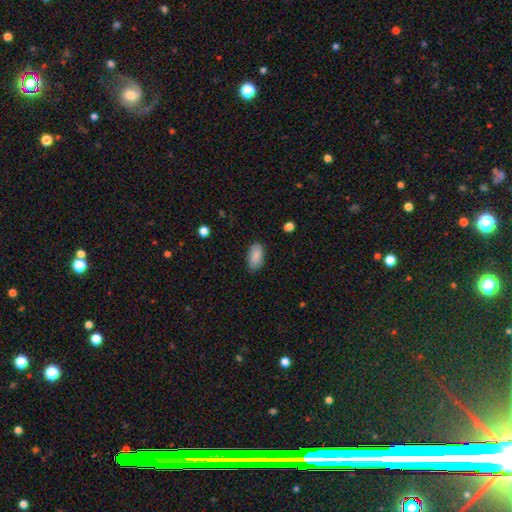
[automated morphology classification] This is clearly a smooth galaxy (88%). How rounded: clearly in between (94%). Merging: clearly none (84%).